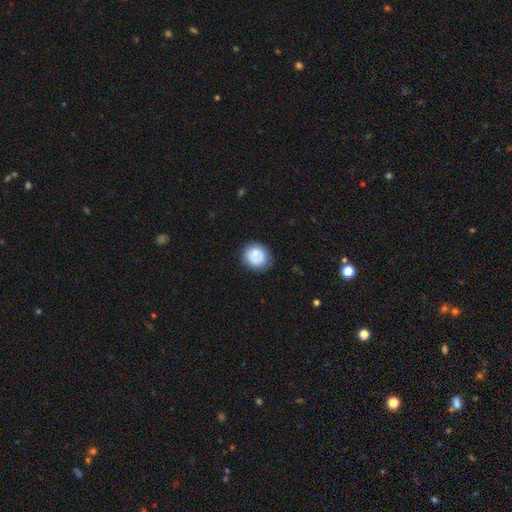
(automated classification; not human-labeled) This appears to be a smooth galaxy with no disk features (70%) that is round (81%). Merging: none (74%).